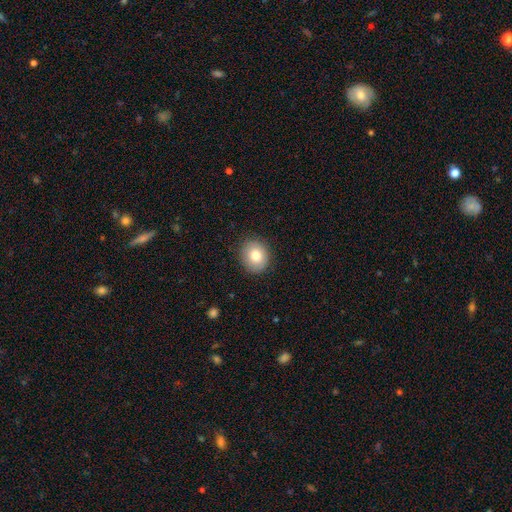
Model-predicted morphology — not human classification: The model was most divided on "how rounded": round: 74%, in between: 25%, cigar-shaped: 1%. More confident: merging — none (88%); smooth or featured — smooth (80%).